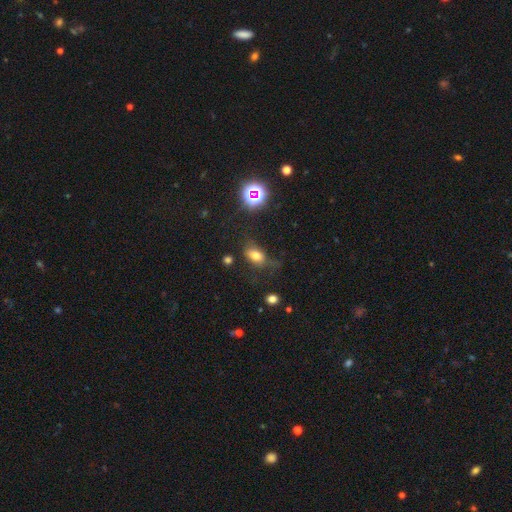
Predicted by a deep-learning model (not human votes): This appears to be a smooth galaxy with no disk features (72%) that is in between round and cigar-shaped (80%). Merging: none (55%).